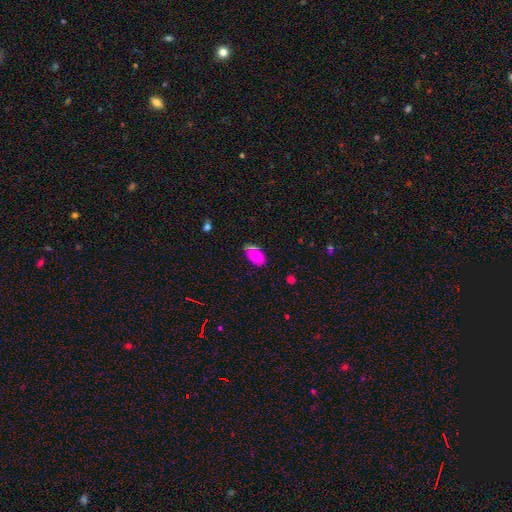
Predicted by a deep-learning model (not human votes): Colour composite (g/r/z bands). It shows a smooth galaxy with no disk features (73%) that is in between round and cigar-shaped (92%). Merging: none (70%).